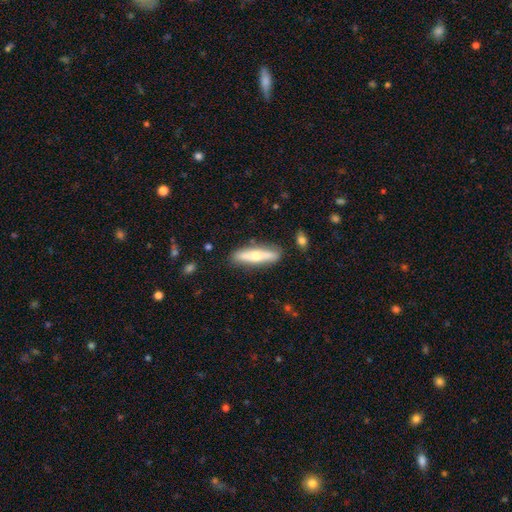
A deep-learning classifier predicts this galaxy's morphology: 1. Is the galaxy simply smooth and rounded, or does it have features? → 47% smooth (tied), 47% featured or disk (tied), 5% star or artifact.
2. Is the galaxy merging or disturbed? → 82% none, 12% minor disturbance, 3% merger, 3% major disturbance.